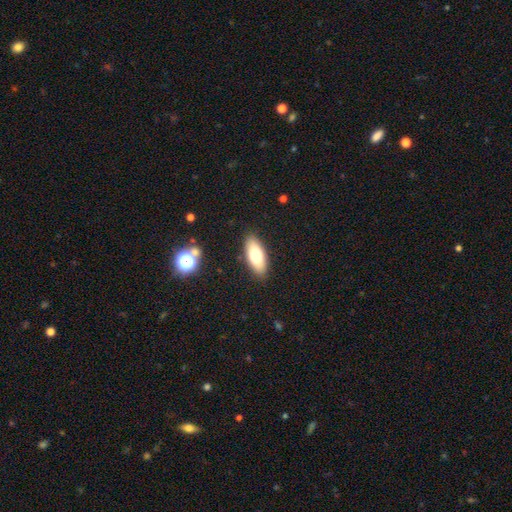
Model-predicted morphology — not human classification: Overall: smooth (73%). How rounded: in between (79%). Merging: none (88%).